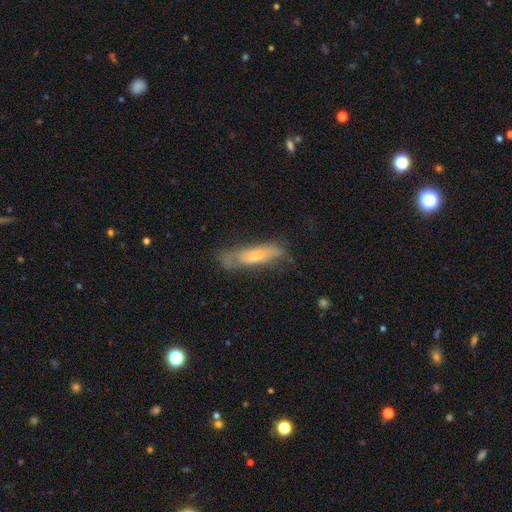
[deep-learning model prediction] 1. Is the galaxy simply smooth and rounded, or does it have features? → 54% smooth, 39% featured or disk, 7% star or artifact.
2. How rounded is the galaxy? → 69% cigar-shaped, 29% in between, 2% round.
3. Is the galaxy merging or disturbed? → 54% none, 29% minor disturbance, 14% major disturbance, 4% merger.